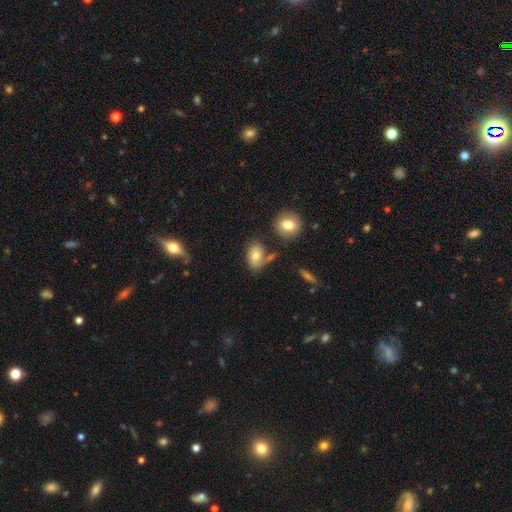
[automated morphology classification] Overall: smooth (75%). How rounded: in between (79%). Merging: none (59%).